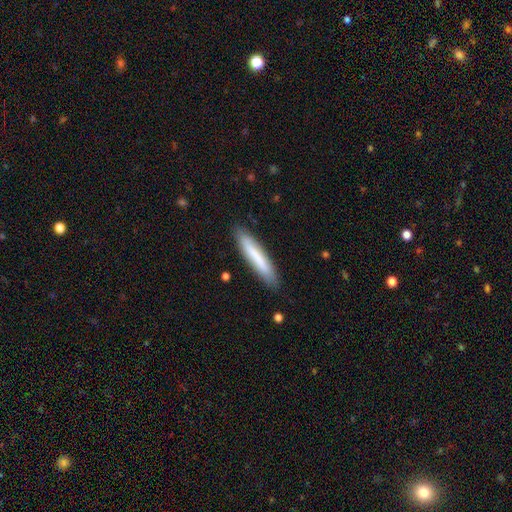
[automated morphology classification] A smooth galaxy with no disk features (71%) that is cigar-shaped (90%).

Vote fractions:
- Smooth or featured? smooth: 71% / featured or disk: 22% / star or artifact: 6%
- How rounded? cigar-shaped: 90% / in between: 9% / round: 1%
- Merging? none: 85% / minor disturbance: 11% / major disturbance: 2% / merger: 1%